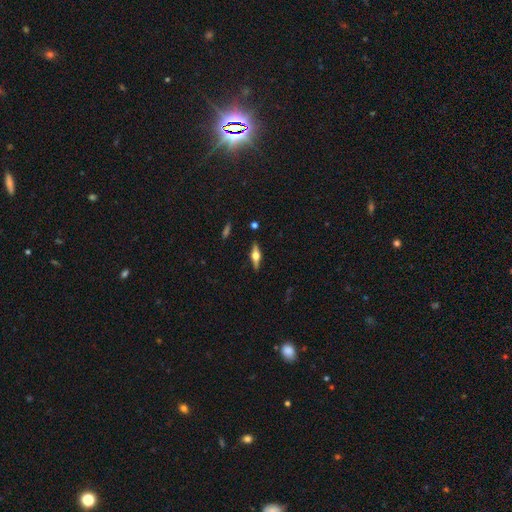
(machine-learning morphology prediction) Smooth or featured?
  - featured or disk: 68% *
  - smooth: 25%
  - star or artifact: 7%
Edge-on disk?
  - yes: 96% *
  - no: 4%
Edge-on bulge?
  - rounded: 93% *
  - boxy: 6%
  - none: 1%
Merging?
  - none: 87% *
  - minor disturbance: 9%
  - major disturbance: 2%
  - merger: 1%